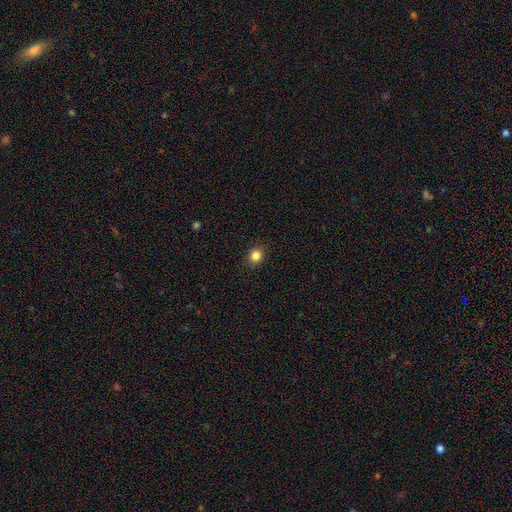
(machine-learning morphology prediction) The model was most divided on "how rounded": round: 78%, in between: 21%, cigar-shaped: 1%. More confident: merging — none (90%); smooth or featured — smooth (84%).